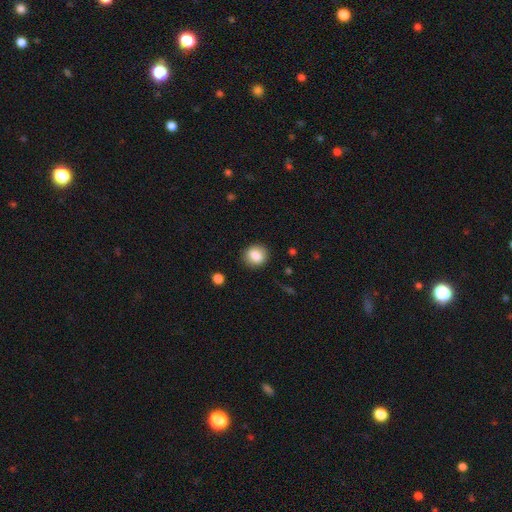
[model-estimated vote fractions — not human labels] A smooth galaxy with no disk features (85%) that is round (71%). Merging: none (86%).